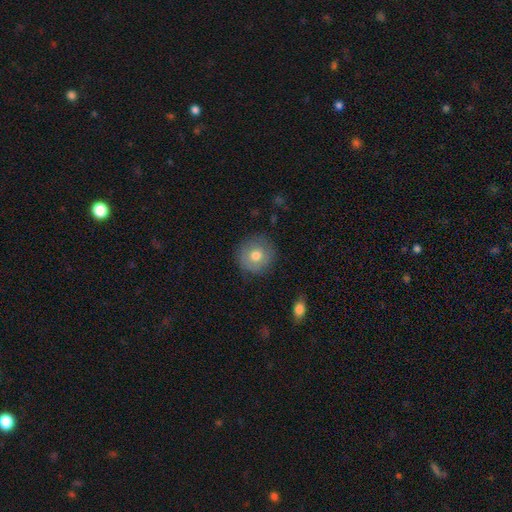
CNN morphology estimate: smooth-or-featured: smooth: 73% | featured or disk: 18% | star or artifact: 9%
  how-rounded: round: 93% | in between: 6% | cigar-shaped: 1%
  merging: none: 85% | minor disturbance: 11% | major disturbance: 3% | merger: 1%